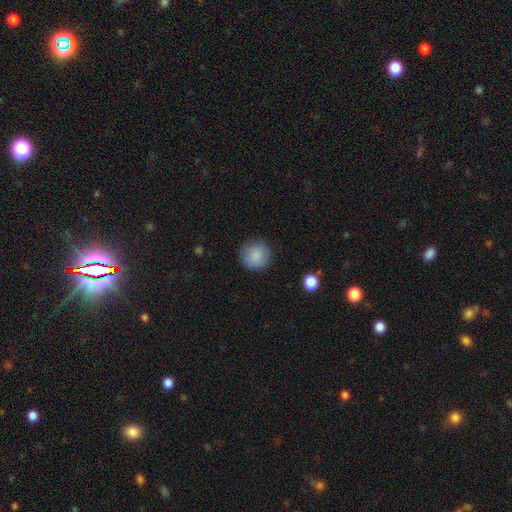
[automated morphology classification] Smooth or featured? smooth (87%)
How rounded? round (93%)
Merging? none (86%)